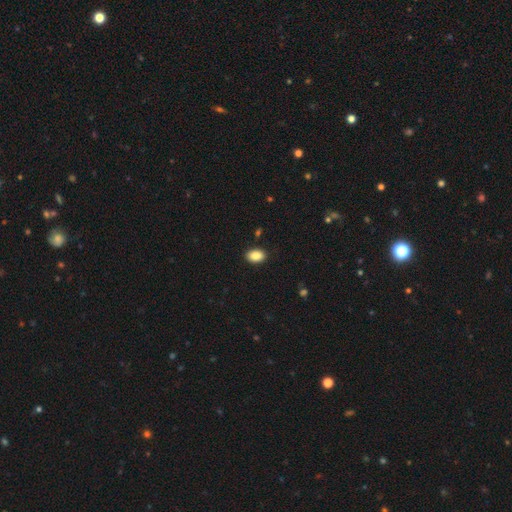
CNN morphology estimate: Smooth or featured? smooth (87%)
How rounded? in between (86%)
Merging? none (89%)